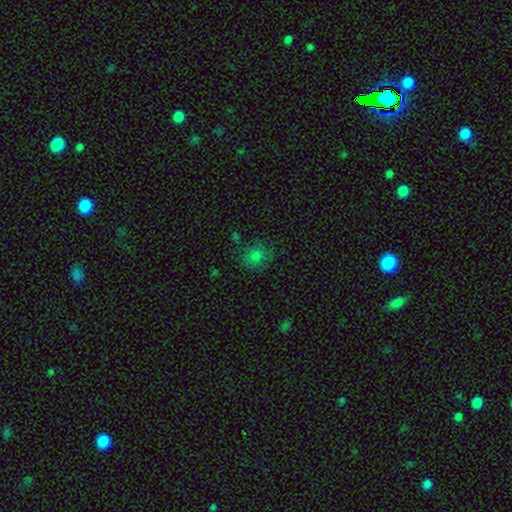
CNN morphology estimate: type=smooth (77%); roundness=round (68%); merging=none (78%).